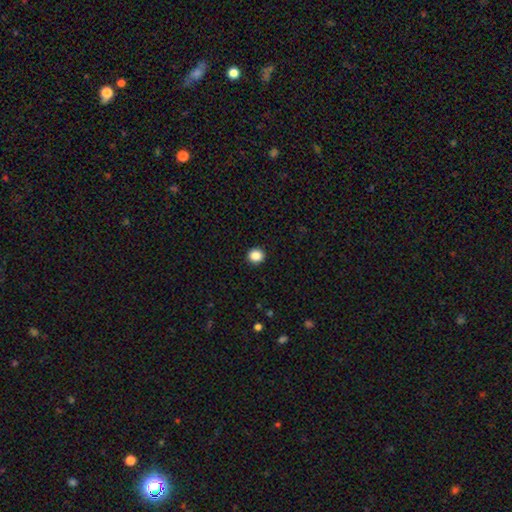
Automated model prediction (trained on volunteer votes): smooth-or-featured: smooth: 87% | star or artifact: 10% | featured or disk: 3%
  how-rounded: round: 89% | in between: 10% | cigar-shaped: 1%
  merging: none: 93% | minor disturbance: 4% | major disturbance: 2% | merger: 1%